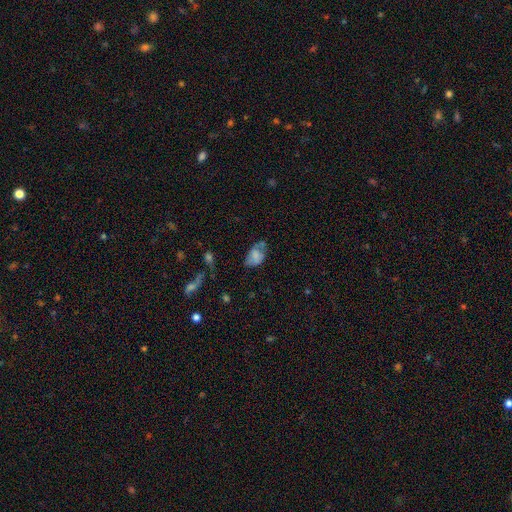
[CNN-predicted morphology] Overall: smooth (64%; featured or disk 26%). How rounded: in between (87%). Merging: none (41%; minor disturbance 33%).